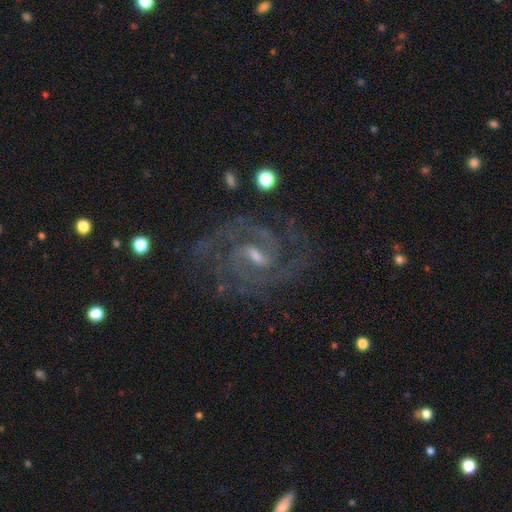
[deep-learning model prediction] Q: Smooth or featured?
A: featured or disk (91%); runner-up: star or artifact (5%)
Q: Edge-on disk?
A: no (98%); runner-up: yes (2%)
Q: Bar?
A: weak (61%); runner-up: strong (23%)
Q: Spiral arms?
A: yes (98%); runner-up: no (2%)
Q: Spiral winding?
A: medium (52%); runner-up: tight (38%)
Q: Spiral arm count?
A: 2 (65%); runner-up: 3 (13%)
Q: Bulge size?
A: small (53%); runner-up: moderate (38%)
Q: Merging?
A: none (74%); runner-up: minor disturbance (16%)